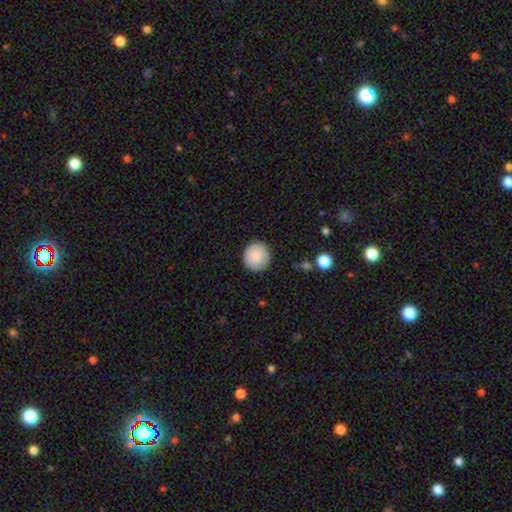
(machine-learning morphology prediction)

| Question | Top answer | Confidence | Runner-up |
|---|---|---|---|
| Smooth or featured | smooth | 85% | featured or disk (8%) |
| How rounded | round | 92% | in between (7%) |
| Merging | none | 89% | minor disturbance (8%) |